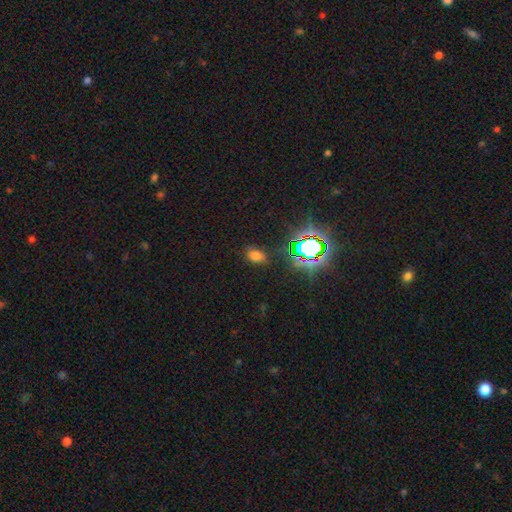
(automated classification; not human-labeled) Overall: smooth (63%; star or artifact 30%). How rounded: in between (82%). Merging: none (81%).